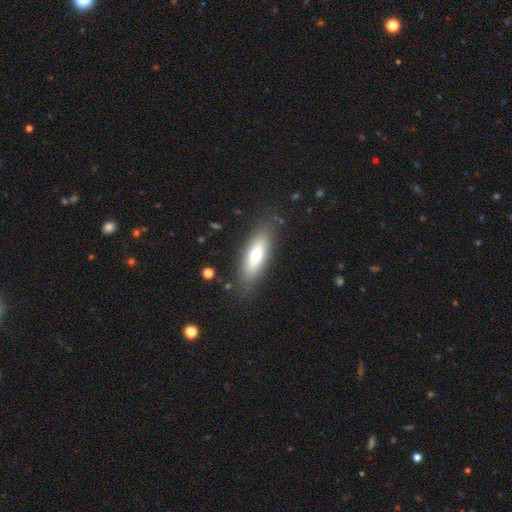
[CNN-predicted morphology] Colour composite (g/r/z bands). It shows a smooth galaxy with no disk features (58%) that is in between round and cigar-shaped (60%). Merging: none (83%).